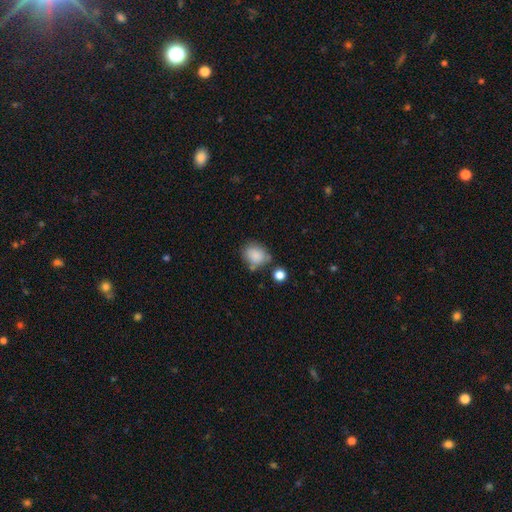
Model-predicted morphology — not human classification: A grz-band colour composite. It shows a smooth galaxy with no disk features (84%) that is in between round and cigar-shaped (51%). Merging: none (59%).